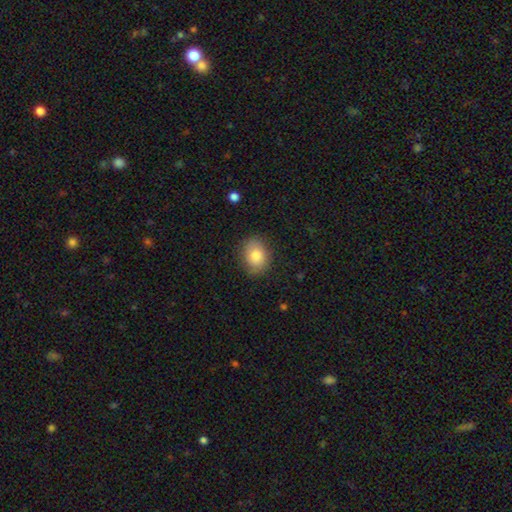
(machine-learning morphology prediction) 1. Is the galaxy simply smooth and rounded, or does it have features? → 82% smooth, 10% featured or disk, 8% star or artifact.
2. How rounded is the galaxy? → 58% in between, 41% round, 1% cigar-shaped.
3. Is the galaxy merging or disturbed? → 83% none, 13% minor disturbance, 3% major disturbance, 1% merger.